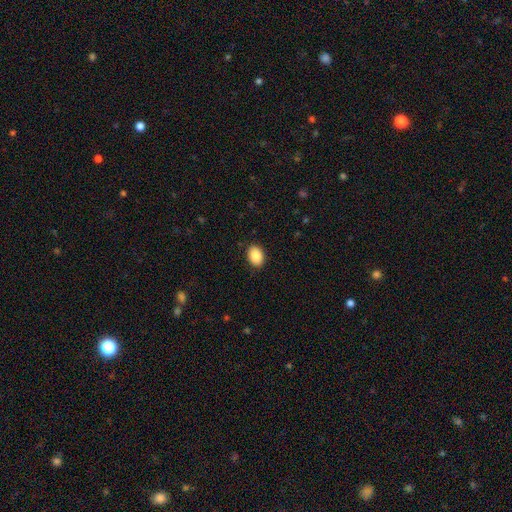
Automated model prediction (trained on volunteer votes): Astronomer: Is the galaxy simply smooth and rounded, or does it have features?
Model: smooth — 89%.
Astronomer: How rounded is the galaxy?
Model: in between — 78%.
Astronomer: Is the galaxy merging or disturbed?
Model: none — 89%.